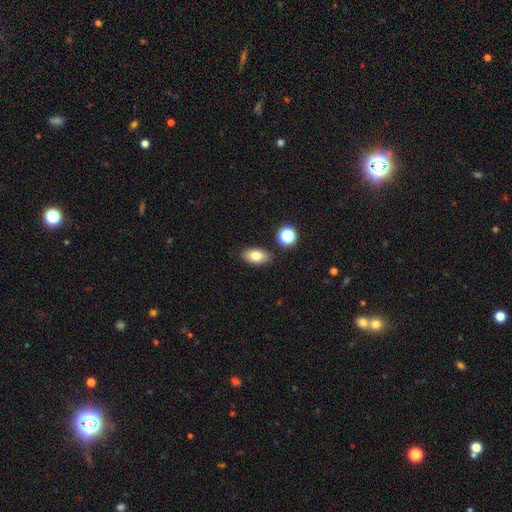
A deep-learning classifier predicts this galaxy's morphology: Smooth or featured? Predicted: smooth (p=0.79). How rounded? Predicted: in between (p=0.89). Merging? Predicted: none (p=0.86).